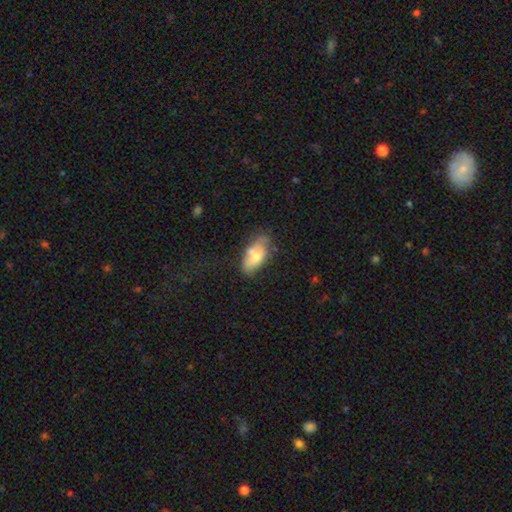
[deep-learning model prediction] smooth 64%, featured or disk 28%, star or artifact 8%. Down the decision tree: how rounded — in between (89%); merging — none (48%).